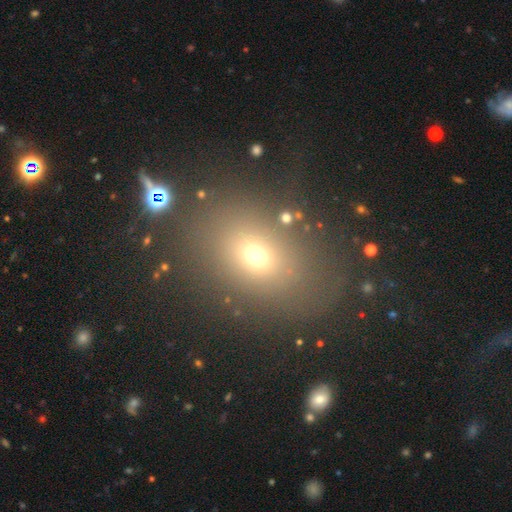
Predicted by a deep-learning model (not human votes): smooth_or_featured: smooth (p=0.64) [alt: star or artifact p=0.23]
how_rounded: in between (p=0.59) [alt: round p=0.39]
merging: none (p=0.79) [alt: minor disturbance p=0.10]